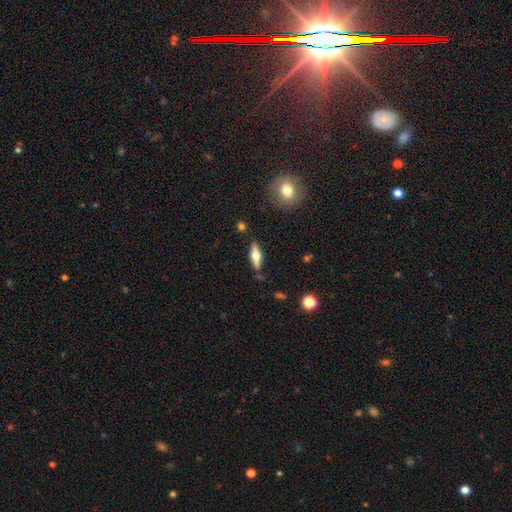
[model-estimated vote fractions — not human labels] Smooth or featured: featured or disk — 51% (smooth — 43%)
Edge-on disk: yes — 91% (no — 9%)
Merging: none — 83% (minor disturbance — 11%)